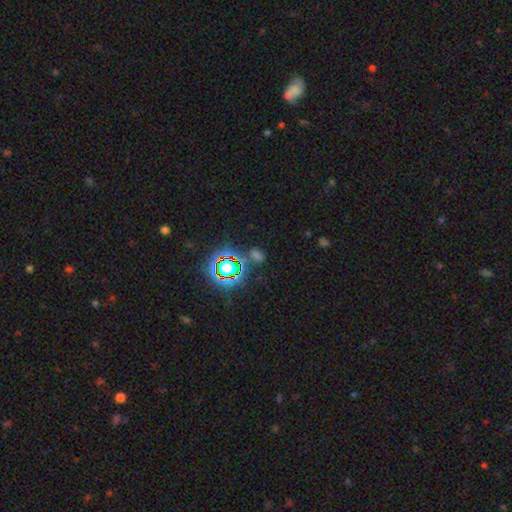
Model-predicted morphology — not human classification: Q: Smooth or featured?
A: star or artifact (59%); runner-up: smooth (31%)